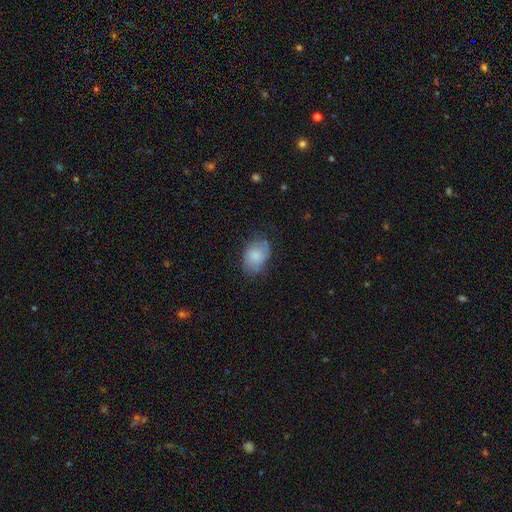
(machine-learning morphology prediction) A smooth galaxy with no disk features (77%) that is in between round and cigar-shaped (77%).

Vote fractions:
- Smooth or featured? smooth: 77% / featured or disk: 16% / star or artifact: 7%
- How rounded? in between: 77% / round: 22% / cigar-shaped: 1%
- Merging? none: 63% / minor disturbance: 27% / major disturbance: 9% / merger: 2%